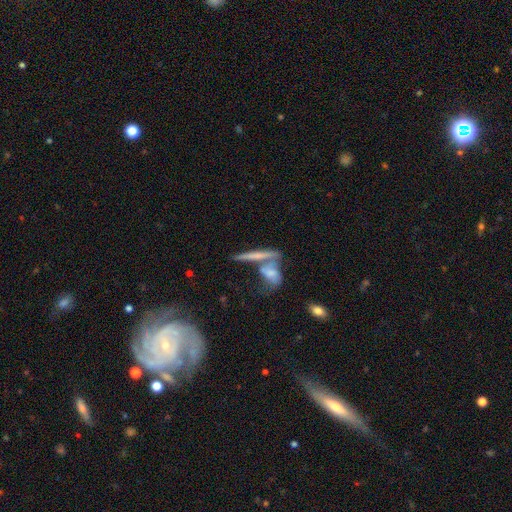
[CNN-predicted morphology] Smooth or featured? Predicted: featured or disk (p=0.46). Merging? Predicted: none (p=0.45).